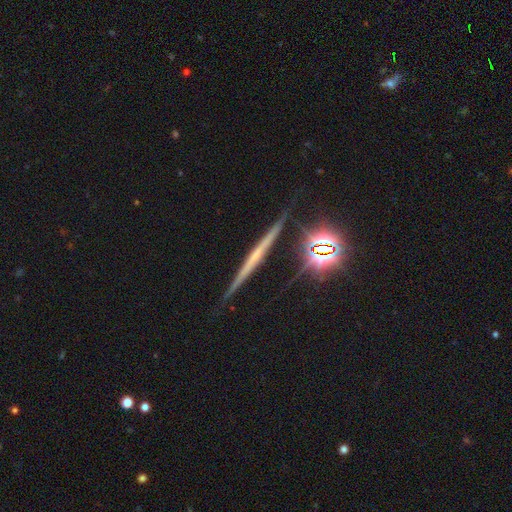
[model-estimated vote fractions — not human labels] featured or disk 62%, smooth 20%, star or artifact 18%. Down the decision tree: edge-on disk — yes (97%); edge-on bulge — none (70%); merging — none (88%).